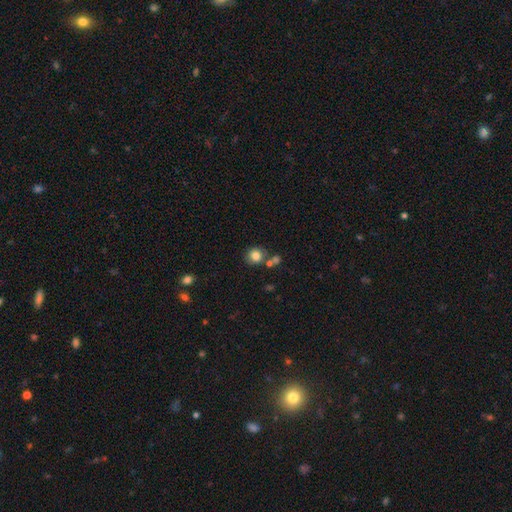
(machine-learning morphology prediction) type=smooth (81%); roundness=round (84%); merging=none (68%).